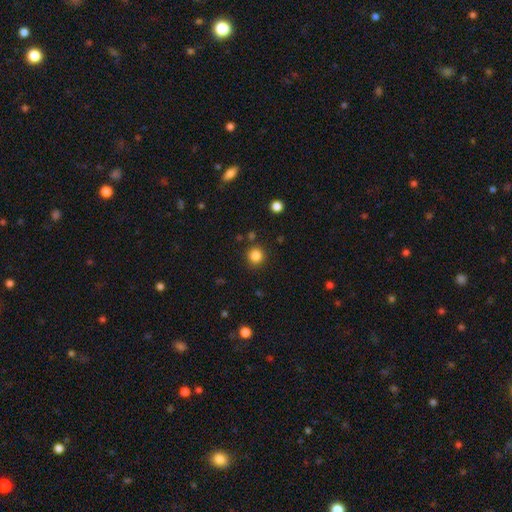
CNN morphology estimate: Smooth or featured?
  - smooth: 84% *
  - star or artifact: 12%
  - featured or disk: 4%
How rounded?
  - round: 94% *
  - in between: 5%
  - cigar-shaped: 1%
Merging?
  - none: 88% *
  - minor disturbance: 6%
  - merger: 3%
  - major disturbance: 2%